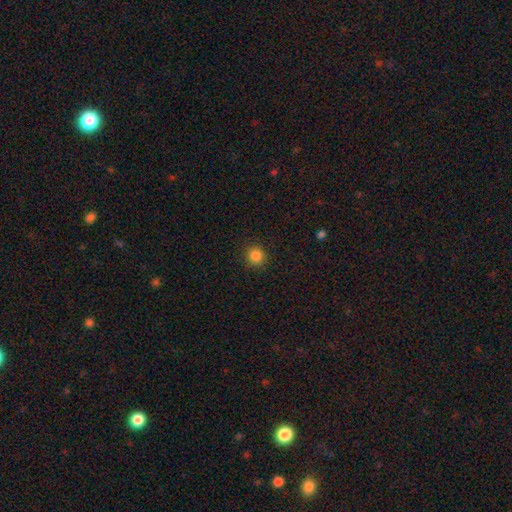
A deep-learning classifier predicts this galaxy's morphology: Smooth or featured?
  - smooth: 85% *
  - star or artifact: 12%
  - featured or disk: 4%
How rounded?
  - round: 92% *
  - in between: 7%
  - cigar-shaped: 1%
Merging?
  - none: 91% *
  - minor disturbance: 6%
  - major disturbance: 2%
  - merger: 1%